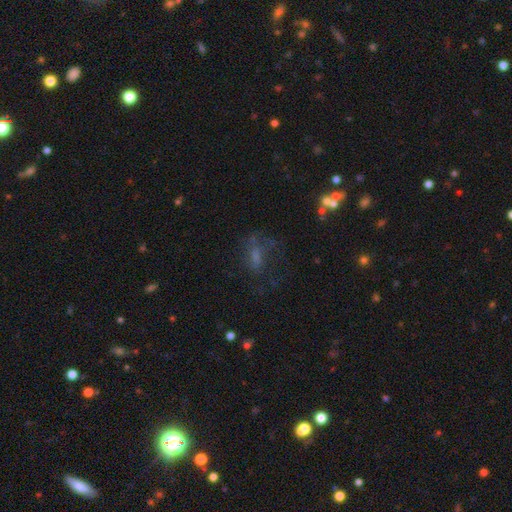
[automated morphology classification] Smooth or featured? smooth (44%)
Merging? none (43%)